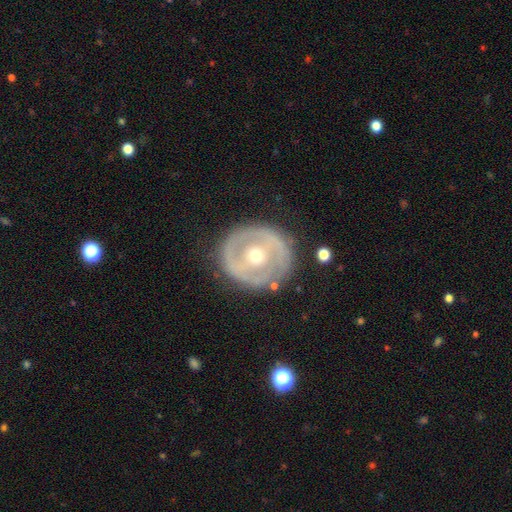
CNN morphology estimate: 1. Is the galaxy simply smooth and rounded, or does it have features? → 73% featured or disk, 22% smooth, 6% star or artifact.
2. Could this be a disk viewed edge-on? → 95% no, 5% yes.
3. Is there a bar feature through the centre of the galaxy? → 50% no, 30% weak, 20% strong.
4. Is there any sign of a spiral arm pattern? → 58% no, 42% yes.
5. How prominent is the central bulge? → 54% moderate, 42% small, 2% large, 1% none, 1% dominant.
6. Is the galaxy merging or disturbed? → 79% none, 14% minor disturbance, 6% major disturbance, 2% merger.